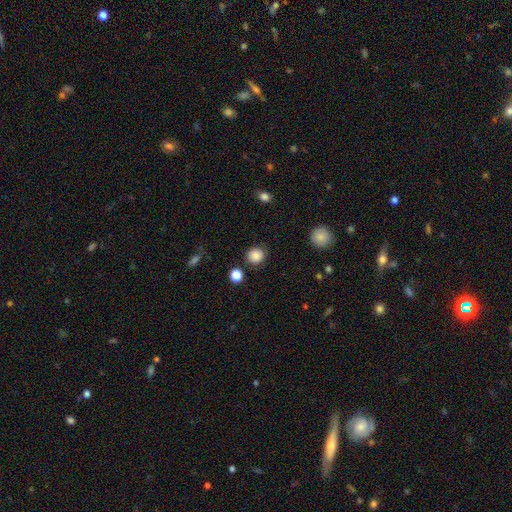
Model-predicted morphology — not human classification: This appears to be a smooth galaxy with no disk features (85%) that is round (88%). Merging: none (83%).